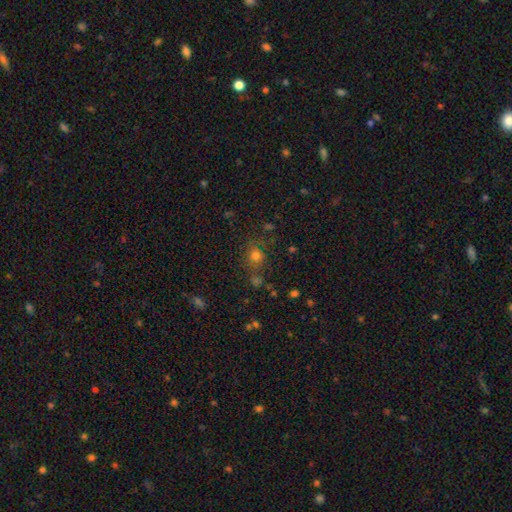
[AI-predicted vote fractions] The model was most divided on "smooth or featured": smooth: 68%, star or artifact: 23%, featured or disk: 8%. More confident: how rounded — round (82%); merging — none (74%).